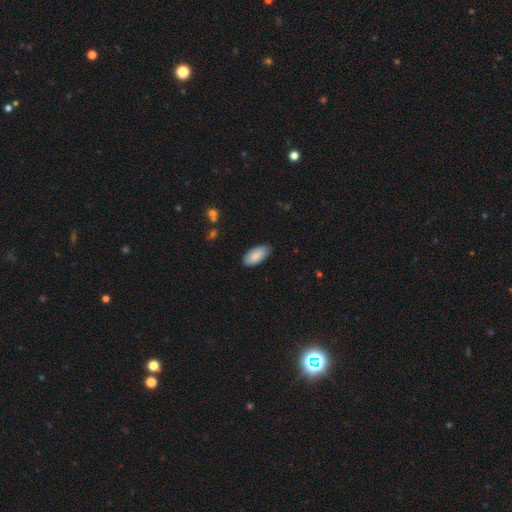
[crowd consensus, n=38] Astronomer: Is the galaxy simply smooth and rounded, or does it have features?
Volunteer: smooth — 95%.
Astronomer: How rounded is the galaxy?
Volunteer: in between — 94%.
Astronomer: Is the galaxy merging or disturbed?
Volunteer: none — 89%.